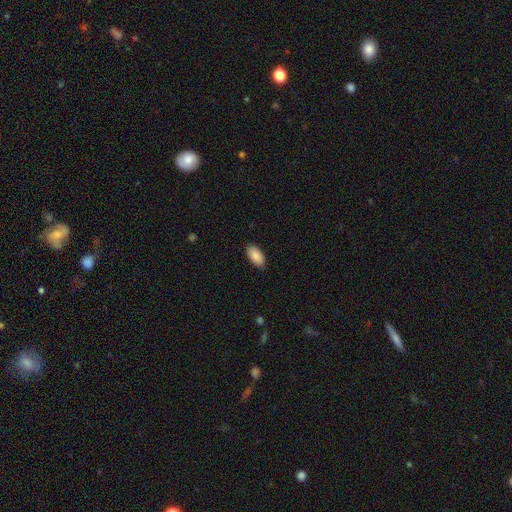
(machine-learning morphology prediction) Smooth or featured? smooth (89%)
How rounded? in between (94%)
Merging? none (87%)